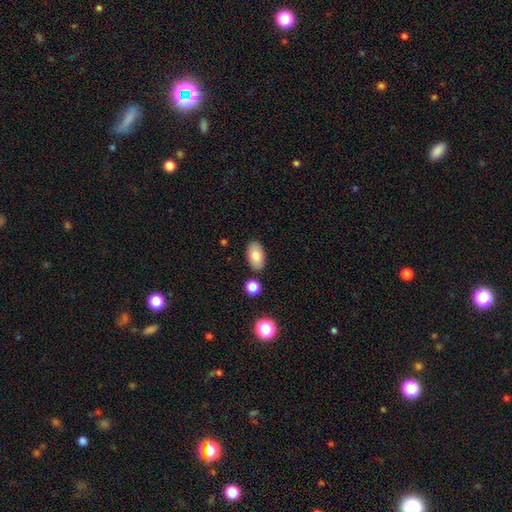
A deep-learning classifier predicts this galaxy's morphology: Q: Smooth or featured?
A: smooth (80%); runner-up: featured or disk (13%)
Q: How rounded?
A: in between (93%); runner-up: round (5%)
Q: Merging?
A: none (84%); runner-up: minor disturbance (10%)